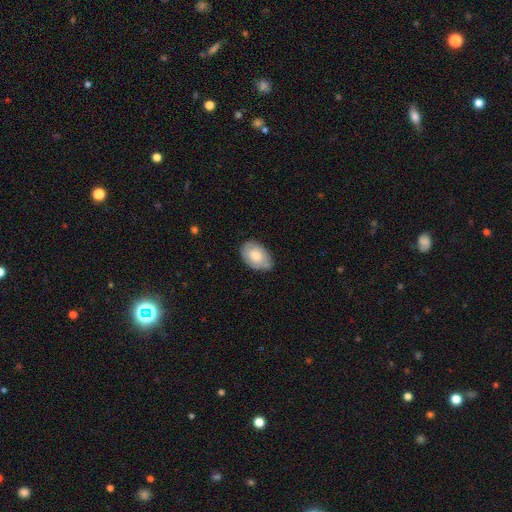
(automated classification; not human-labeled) Smooth or featured? Predicted: smooth (p=0.73). How rounded? Predicted: in between (p=0.90). Merging? Predicted: none (p=0.69).